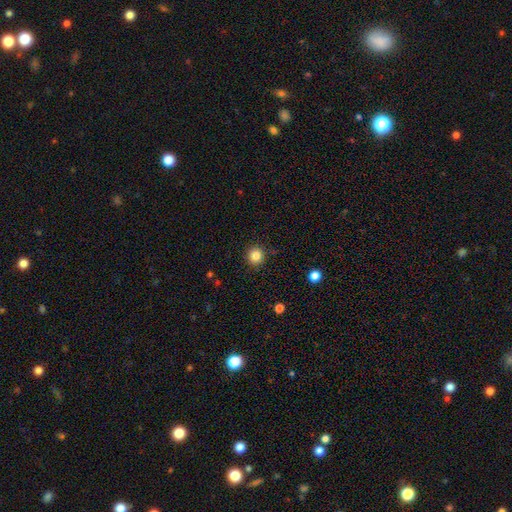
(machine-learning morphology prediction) Smooth or featured? smooth (84%)
How rounded? round (93%)
Merging? none (91%)